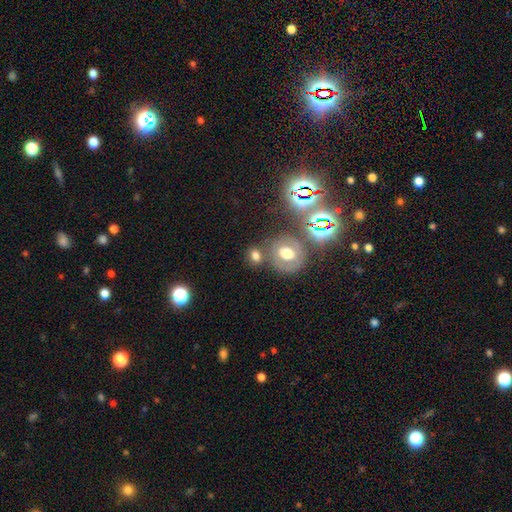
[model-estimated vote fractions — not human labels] Smooth or featured? Predicted: smooth (p=0.63). How rounded? Predicted: round (p=0.57). Merging? Predicted: none (p=0.59).